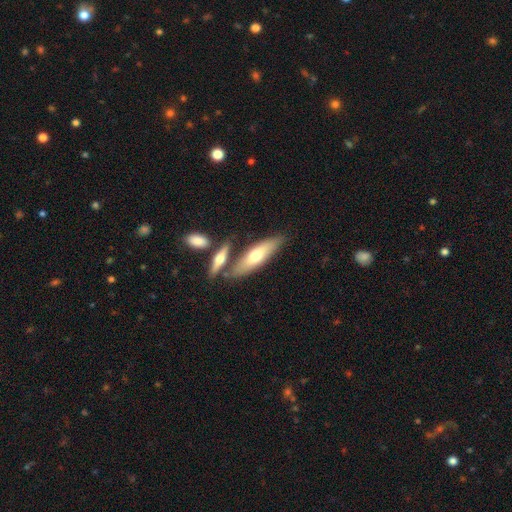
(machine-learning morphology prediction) smooth_or_featured: smooth (p=0.60) [alt: featured or disk p=0.35]
how_rounded: cigar-shaped (p=0.56) [alt: in between p=0.43]
merging: none (p=0.65) [alt: merger p=0.19]